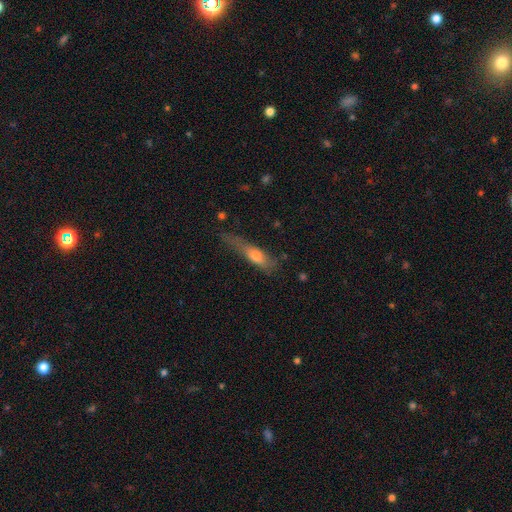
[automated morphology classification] Smooth or featured?
  - smooth: 52% *
  - featured or disk: 39%
  - star or artifact: 9%
How rounded?
  - cigar-shaped: 76% *
  - in between: 21%
  - round: 3%
Merging?
  - none: 51% *
  - minor disturbance: 30%
  - major disturbance: 15%
  - merger: 4%